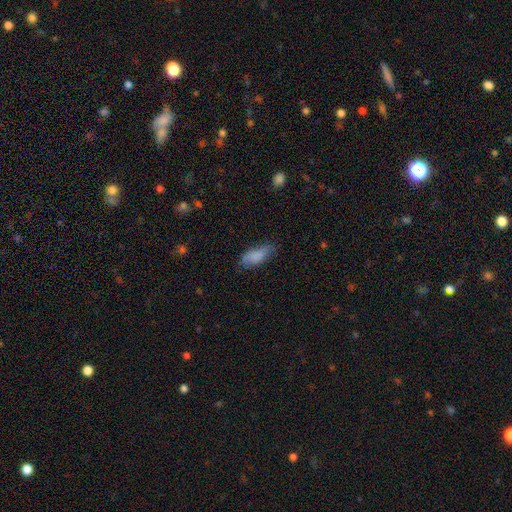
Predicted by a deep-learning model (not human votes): A smooth galaxy with no disk features (82%) that is in between round and cigar-shaped (78%).

Vote fractions:
- Smooth or featured? smooth: 82% / featured or disk: 11% / star or artifact: 7%
- How rounded? in between: 78% / cigar-shaped: 20% / round: 2%
- Merging? none: 62% / minor disturbance: 28% / major disturbance: 8% / merger: 2%